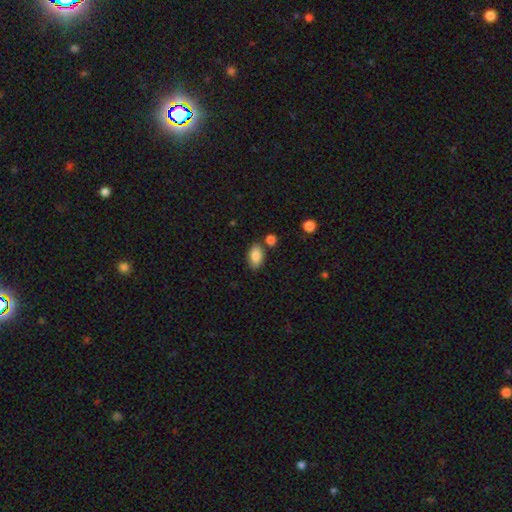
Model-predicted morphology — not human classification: A smooth galaxy with no disk features (86%) that is in between round and cigar-shaped (92%). Merging: none (76%).